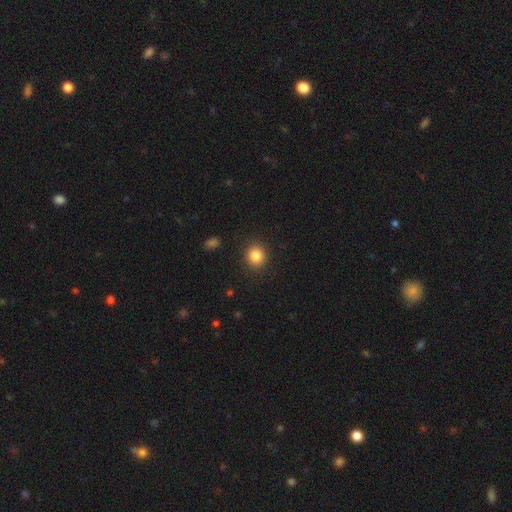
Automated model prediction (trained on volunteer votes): Smooth or featured? smooth (85%)
How rounded? round (82%)
Merging? none (90%)